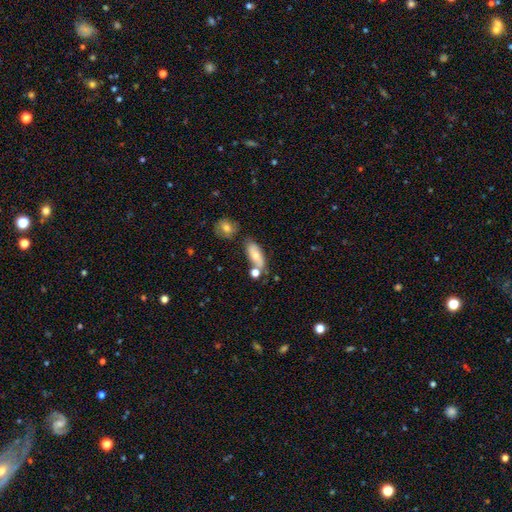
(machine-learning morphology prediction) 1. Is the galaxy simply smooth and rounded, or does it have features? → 65% smooth, 27% featured or disk, 8% star or artifact.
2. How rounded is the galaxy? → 74% in between, 22% cigar-shaped, 4% round.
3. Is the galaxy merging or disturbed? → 58% none, 19% merger, 17% minor disturbance, 5% major disturbance.